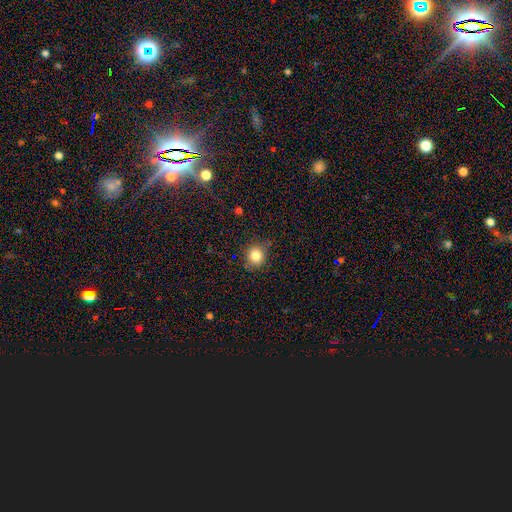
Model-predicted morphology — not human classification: Smooth or featured: smooth — 82% (star or artifact — 12%)
How rounded: round — 85% (in between — 14%)
Merging: none — 82% (minor disturbance — 13%)